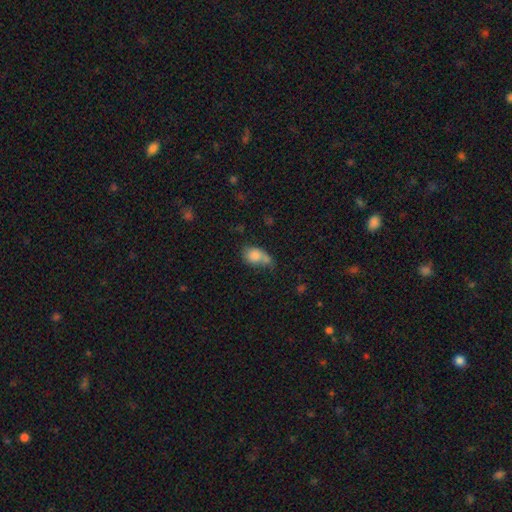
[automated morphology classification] A smooth galaxy with no disk features (81%) that is in between round and cigar-shaped (65%).

Vote fractions:
- Smooth or featured? smooth: 81% / featured or disk: 10% / star or artifact: 9%
- How rounded? in between: 65% / round: 33% / cigar-shaped: 2%
- Merging? merger: 33% / none: 31% / minor disturbance: 23% / major disturbance: 13%